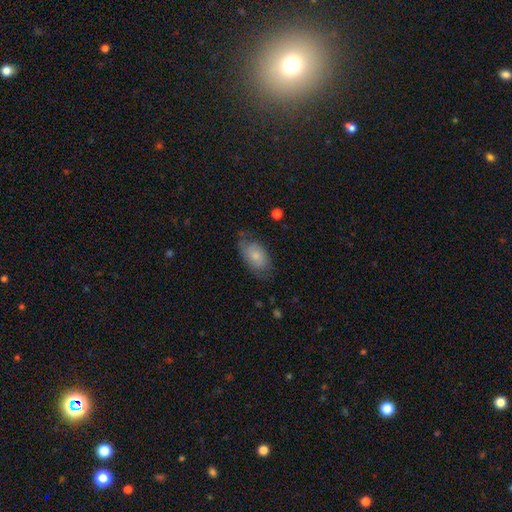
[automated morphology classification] smooth-or-featured: smooth: 70% | featured or disk: 23% | star or artifact: 6%
  how-rounded: in between: 92% | round: 6% | cigar-shaped: 2%
  merging: none: 62% | minor disturbance: 27% | major disturbance: 9% | merger: 2%